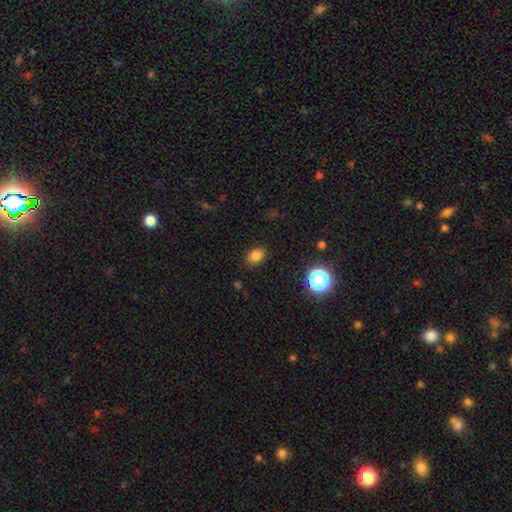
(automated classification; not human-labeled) smooth_or_featured: smooth (p=0.80) [alt: star or artifact p=0.15]
how_rounded: in between (p=0.70) [alt: round p=0.29]
merging: none (p=0.86) [alt: minor disturbance p=0.10]